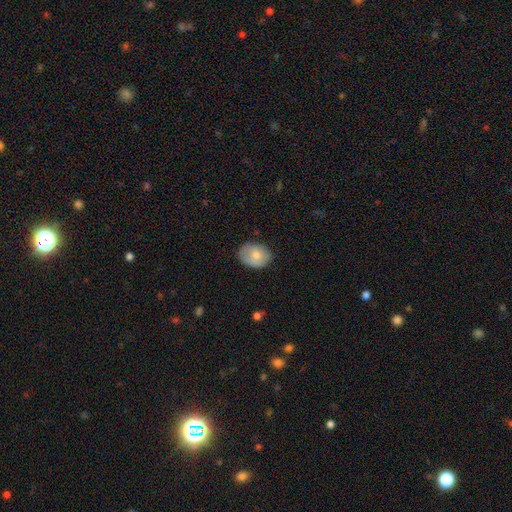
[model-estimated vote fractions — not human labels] A smooth galaxy with no disk features (77%) that is in between round and cigar-shaped (68%). Merging: none (72%).